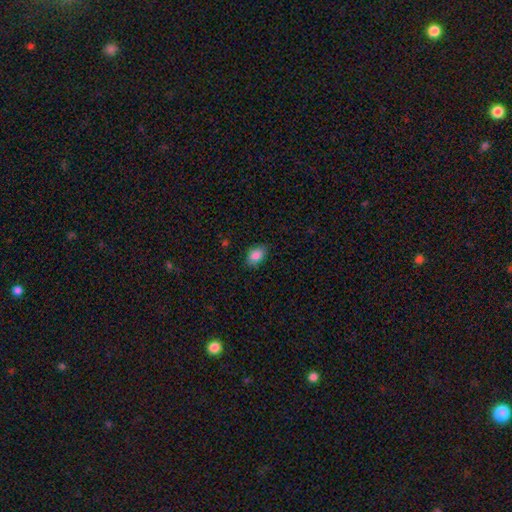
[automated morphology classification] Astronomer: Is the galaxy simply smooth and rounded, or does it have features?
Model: smooth — 85%.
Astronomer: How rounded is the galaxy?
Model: in between — 85%.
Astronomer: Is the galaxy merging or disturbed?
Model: none — 83%.